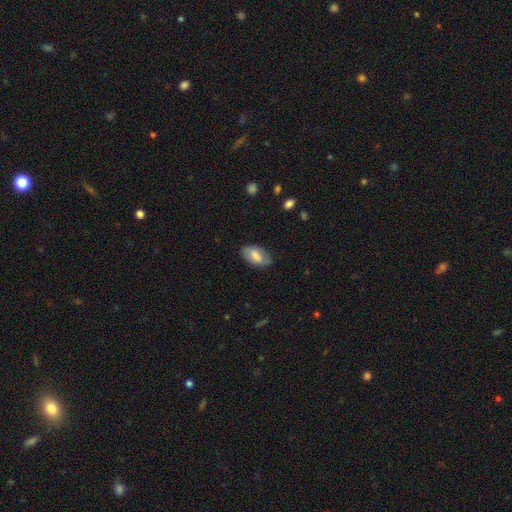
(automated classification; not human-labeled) A smooth galaxy with no disk features (68%) that is in between round and cigar-shaped (93%). Merging: none (79%).